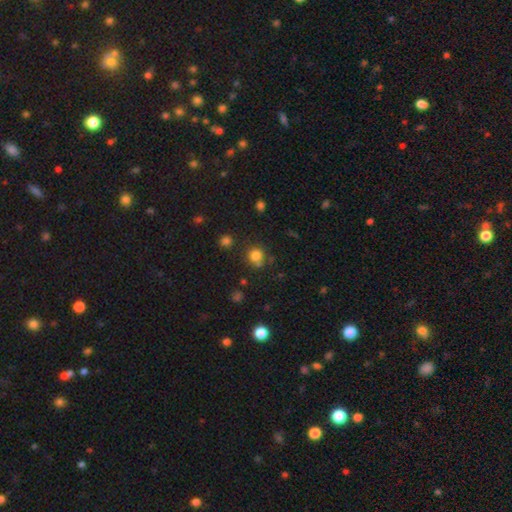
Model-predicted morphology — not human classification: smooth_or_featured: smooth (p=0.79) [alt: star or artifact p=0.15]
how_rounded: round (p=0.88) [alt: in between p=0.11]
merging: none (p=0.70) [alt: minor disturbance p=0.13]